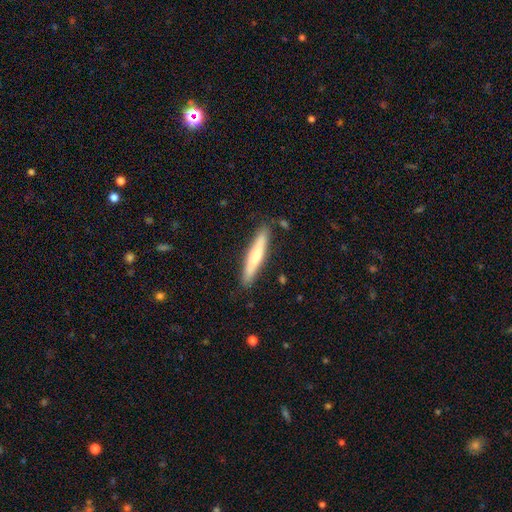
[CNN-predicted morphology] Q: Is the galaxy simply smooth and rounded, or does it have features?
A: smooth — 59%.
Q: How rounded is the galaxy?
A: cigar-shaped — 91%.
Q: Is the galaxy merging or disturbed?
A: none — 87%.